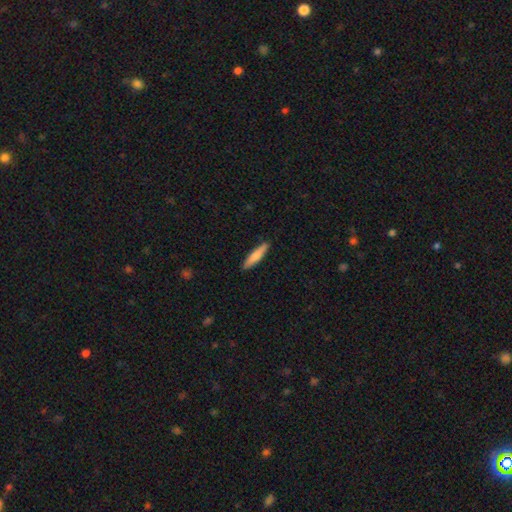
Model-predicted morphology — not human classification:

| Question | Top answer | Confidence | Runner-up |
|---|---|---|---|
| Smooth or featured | smooth | 75% | featured or disk (19%) |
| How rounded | cigar-shaped | 84% | in between (14%) |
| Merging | none | 89% | minor disturbance (8%) |